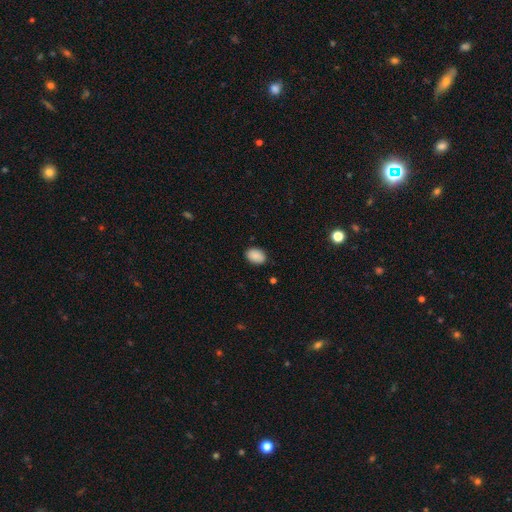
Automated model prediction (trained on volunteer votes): This is clearly a smooth galaxy (90%). How rounded: clearly in between (82%). Merging: clearly none (88%).